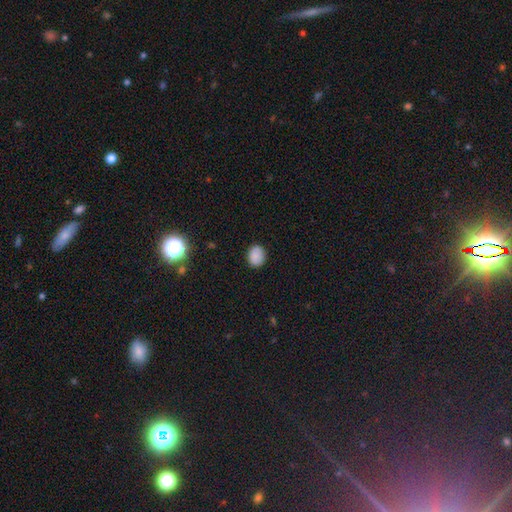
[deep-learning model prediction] A smooth galaxy with no disk features (87%) that is round (62%).

Vote fractions:
- Smooth or featured? smooth: 87% / star or artifact: 9% / featured or disk: 4%
- How rounded? round: 62% / in between: 38% / cigar-shaped: 1%
- Merging? none: 87% / minor disturbance: 10% / major disturbance: 2% / merger: 1%